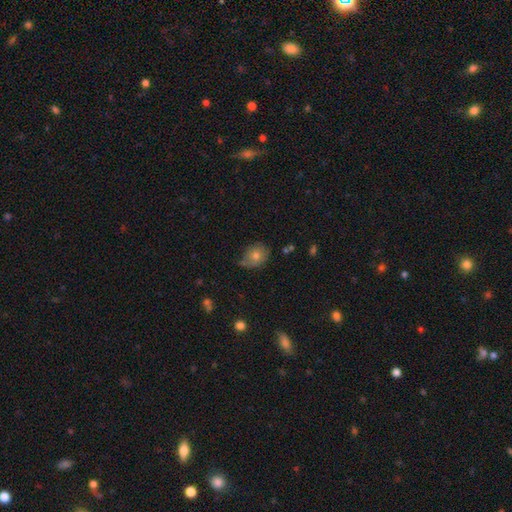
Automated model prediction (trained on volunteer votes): smooth-or-featured: smooth: 69% | featured or disk: 20% | star or artifact: 11%
  how-rounded: round: 52% | in between: 46% | cigar-shaped: 1%
  merging: none: 55% | minor disturbance: 33% | major disturbance: 9% | merger: 4%